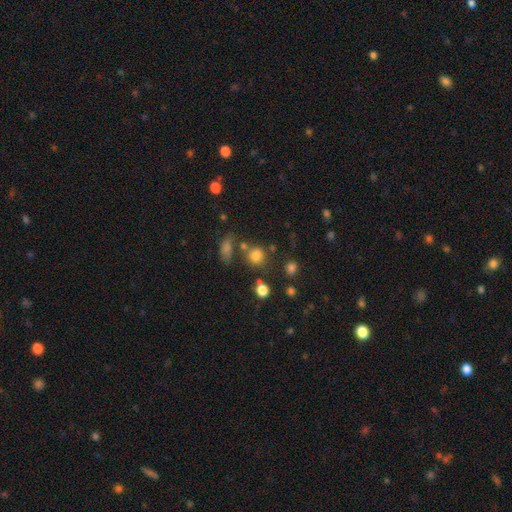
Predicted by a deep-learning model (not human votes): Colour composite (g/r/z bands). It shows a smooth galaxy with no disk features (76%) that is round (78%). Merging: none (64%).